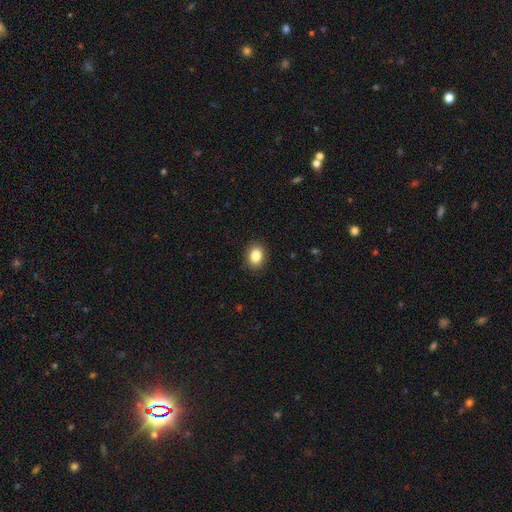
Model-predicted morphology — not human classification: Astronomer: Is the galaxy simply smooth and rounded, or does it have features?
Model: smooth — 86%.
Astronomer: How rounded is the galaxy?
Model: in between — 65%.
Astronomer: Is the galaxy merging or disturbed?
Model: none — 89%.